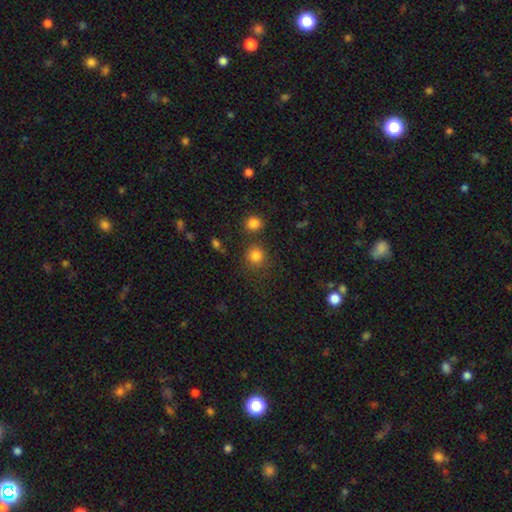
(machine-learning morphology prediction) This appears to be a smooth galaxy with no disk features (81%) that is round (90%). Merging: none (76%).